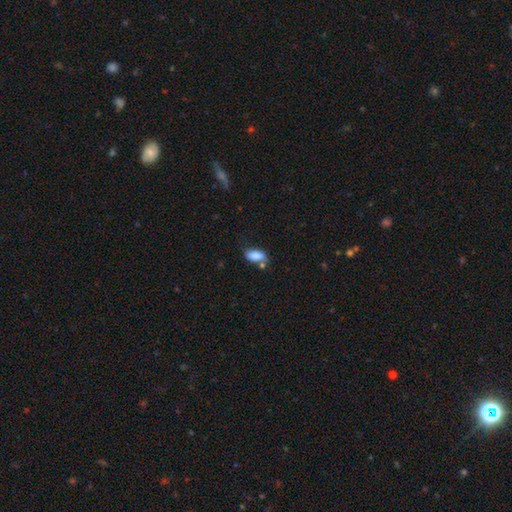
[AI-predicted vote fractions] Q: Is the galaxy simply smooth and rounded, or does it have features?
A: smooth — 85%.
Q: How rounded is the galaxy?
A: in between — 87%.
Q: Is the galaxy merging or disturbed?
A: none — 56%.